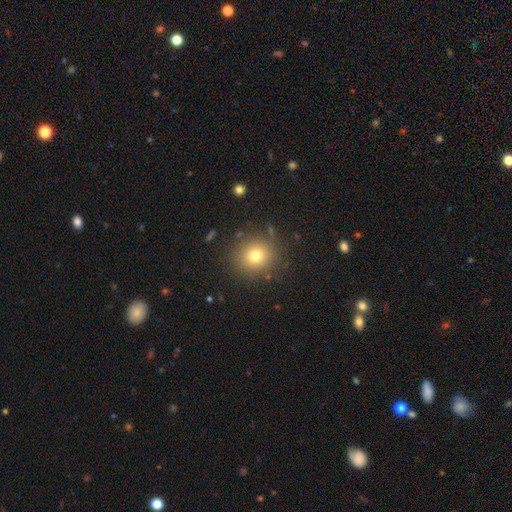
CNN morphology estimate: This appears to be a smooth galaxy with no disk features (74%) that is round (89%). Merging: none (87%).